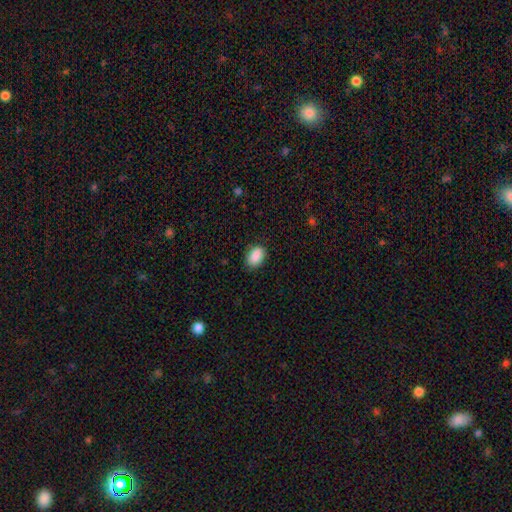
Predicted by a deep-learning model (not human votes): A smooth galaxy with no disk features (89%) that is in between round and cigar-shaped (84%).

Vote fractions:
- Smooth or featured? smooth: 89% / star or artifact: 7% / featured or disk: 4%
- How rounded? in between: 84% / round: 15% / cigar-shaped: 1%
- Merging? none: 84% / minor disturbance: 12% / major disturbance: 3% / merger: 1%